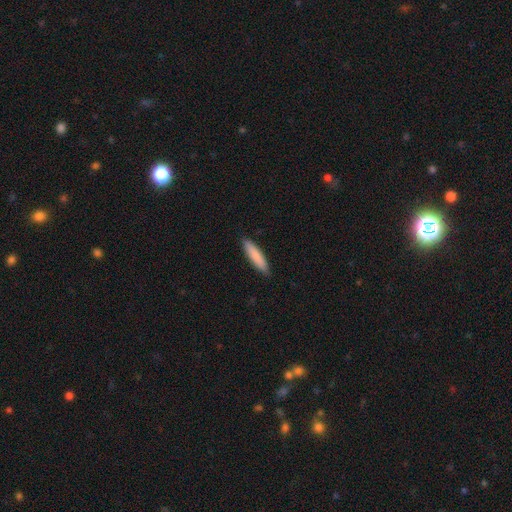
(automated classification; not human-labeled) smooth_or_featured: smooth (p=0.86) [alt: featured or disk p=0.09]
how_rounded: cigar-shaped (p=0.80) [alt: in between p=0.19]
merging: none (p=0.89) [alt: minor disturbance p=0.09]